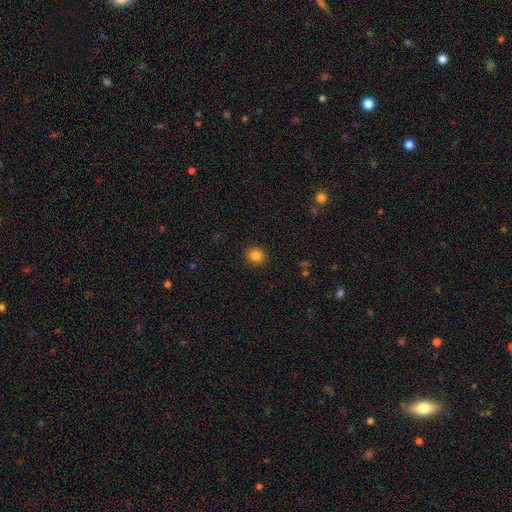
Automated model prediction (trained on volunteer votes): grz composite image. It shows a smooth galaxy with no disk features (83%) that is round (84%). Merging: none (91%).